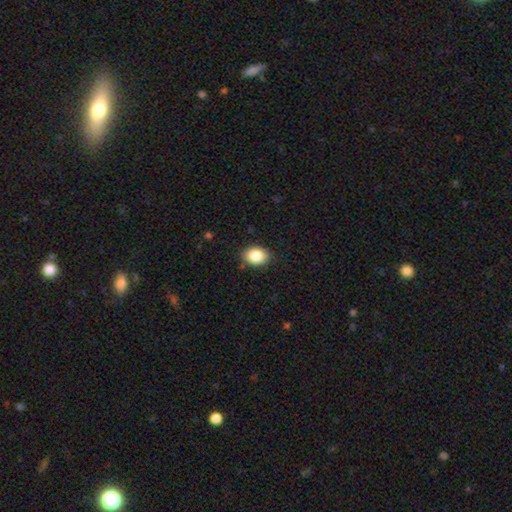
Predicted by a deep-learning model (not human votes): A smooth galaxy with no disk features (86%) that is in between round and cigar-shaped (68%).

Vote fractions:
- Smooth or featured? smooth: 86% / star or artifact: 8% / featured or disk: 5%
- How rounded? in between: 68% / round: 31% / cigar-shaped: 1%
- Merging? none: 87% / minor disturbance: 10% / major disturbance: 2% / merger: 1%